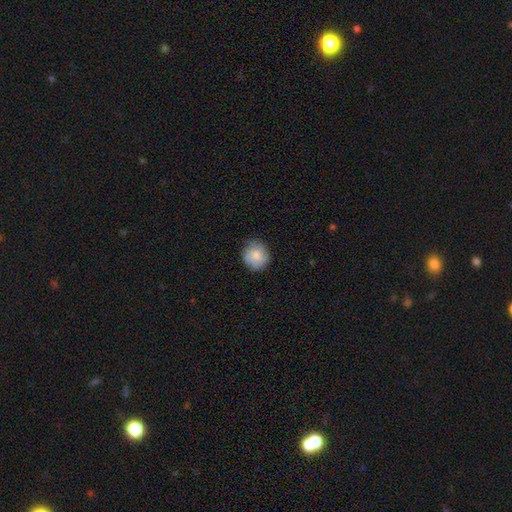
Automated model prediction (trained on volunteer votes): Smooth or featured: smooth — 81% (featured or disk — 12%)
How rounded: round — 88% (in between — 11%)
Merging: none — 82% (minor disturbance — 15%)